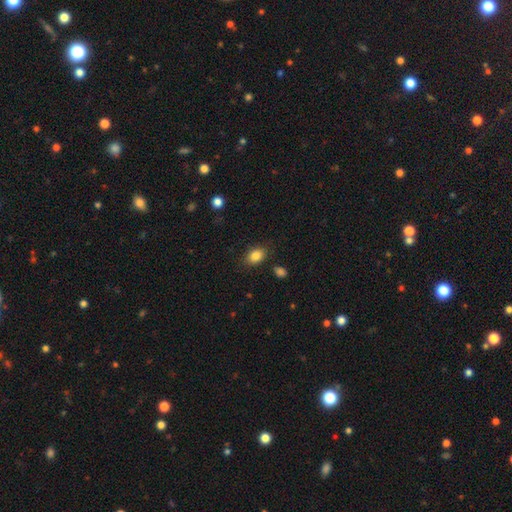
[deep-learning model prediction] Overall: smooth (85%). How rounded: in between (77%). Merging: none (82%).